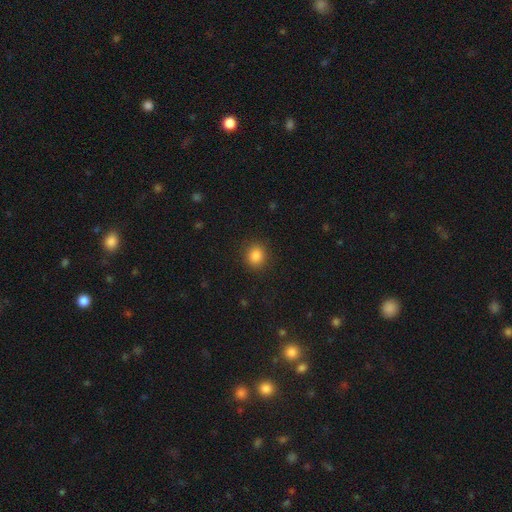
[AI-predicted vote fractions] Smooth or featured: smooth — 86% (star or artifact — 11%)
How rounded: round — 77% (in between — 22%)
Merging: none — 89% (minor disturbance — 7%)